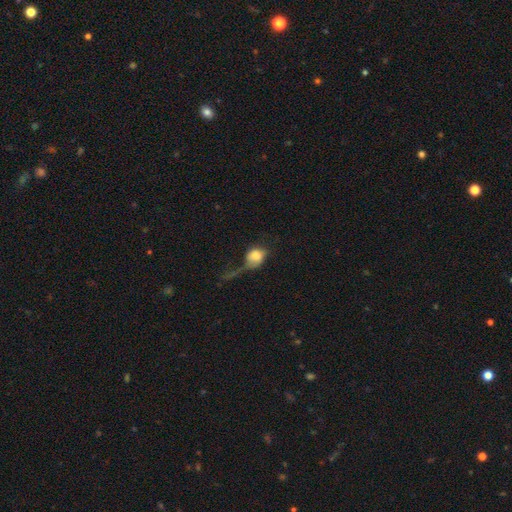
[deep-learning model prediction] This is likely a smooth galaxy (72%). How rounded: possibly round (57%). Merging: possibly major disturbance (51%).